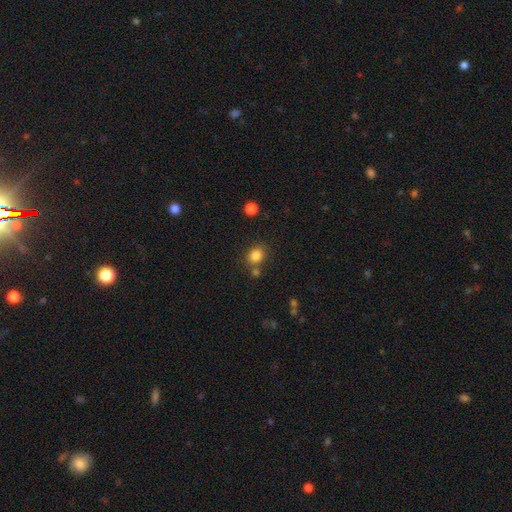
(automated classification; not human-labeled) A smooth galaxy with no disk features (83%) that is round (56%). Merging: none (69%).